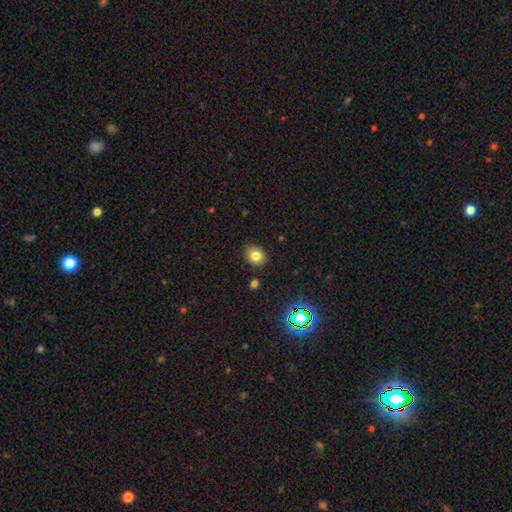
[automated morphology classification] Smooth or featured: smooth — 79% (star or artifact — 13%)
How rounded: round — 53% (in between — 46%)
Merging: none — 84% (minor disturbance — 12%)